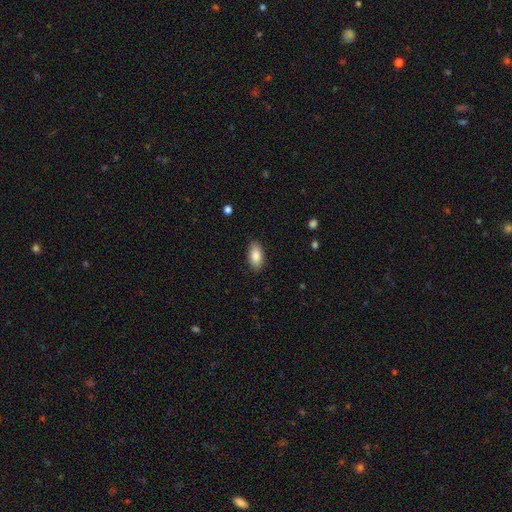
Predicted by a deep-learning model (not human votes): smooth_or_featured: smooth (p=0.86) [alt: featured or disk p=0.07]
how_rounded: in between (p=0.93) [alt: cigar-shaped p=0.05]
merging: none (p=0.88) [alt: minor disturbance p=0.09]